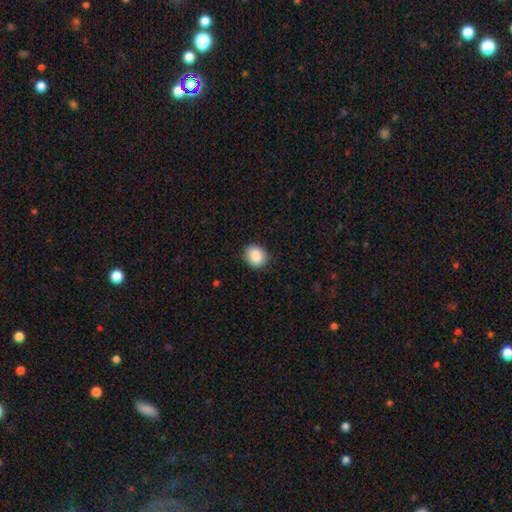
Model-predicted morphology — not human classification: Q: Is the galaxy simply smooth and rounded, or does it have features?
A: smooth — 89%.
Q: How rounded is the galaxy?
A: round — 67%.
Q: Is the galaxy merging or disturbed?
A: none — 89%.